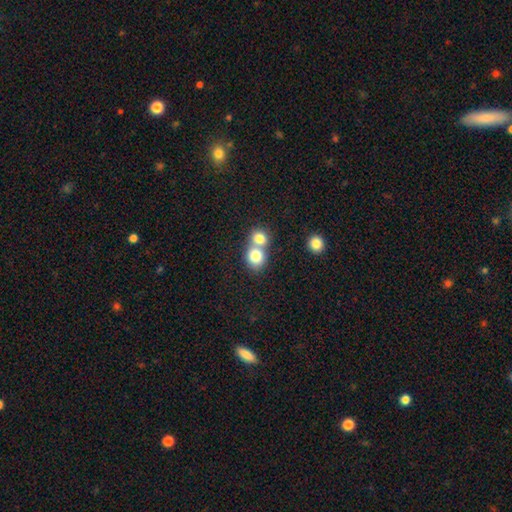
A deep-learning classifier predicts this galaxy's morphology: Smooth or featured?
  - smooth: 80% *
  - featured or disk: 11%
  - star or artifact: 9%
How rounded?
  - round: 74% *
  - in between: 25%
  - cigar-shaped: 1%
Merging?
  - merger: 62% *
  - none: 31%
  - minor disturbance: 5%
  - major disturbance: 2%